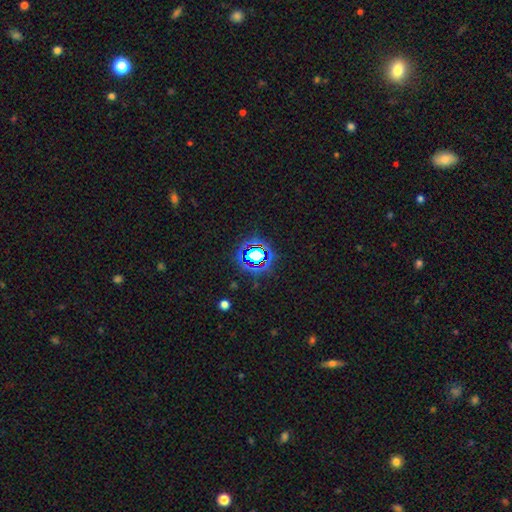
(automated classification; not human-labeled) A star or artifact, not a galaxy (67%).